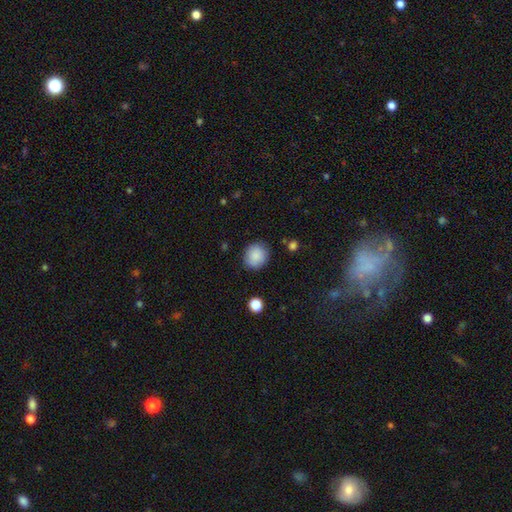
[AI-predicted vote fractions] smooth 88%, star or artifact 8%, featured or disk 4%. Down the decision tree: how rounded — round (76%); merging — none (84%).